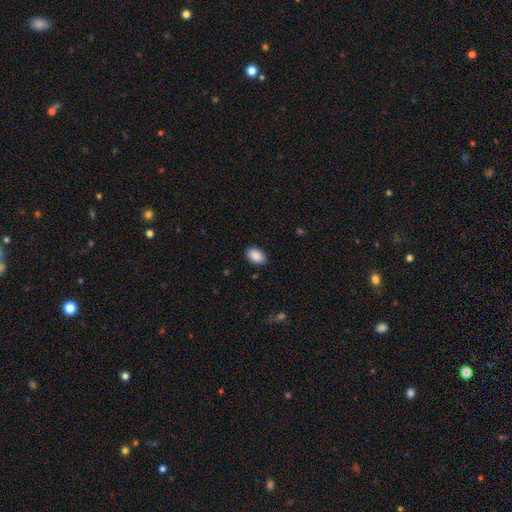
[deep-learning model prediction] This appears to be a smooth galaxy with no disk features (90%) that is in between round and cigar-shaped (91%). Merging: none (88%).